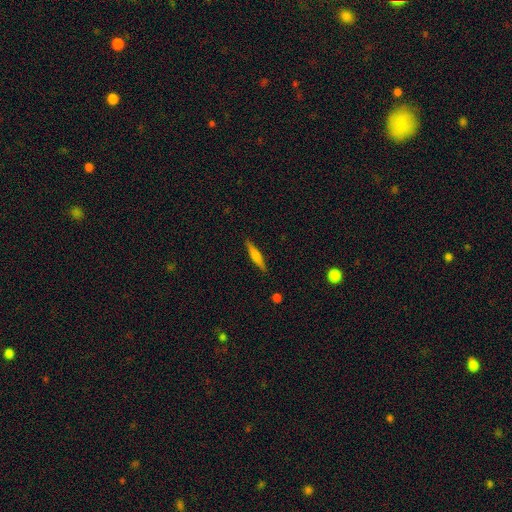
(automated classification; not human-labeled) Q: Smooth or featured?
A: smooth (49%); runner-up: featured or disk (44%)
Q: Merging?
A: none (90%); runner-up: minor disturbance (7%)